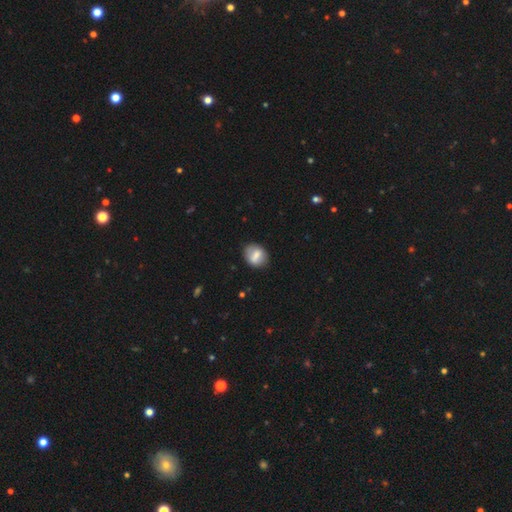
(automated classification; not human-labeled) A smooth galaxy with no disk features (63%) that is in between round and cigar-shaped (53%).

Vote fractions:
- Smooth or featured? smooth: 63% / featured or disk: 30% / star or artifact: 8%
- How rounded? in between: 53% / round: 44% / cigar-shaped: 2%
- Merging? none: 79% / minor disturbance: 15% / major disturbance: 4% / merger: 2%